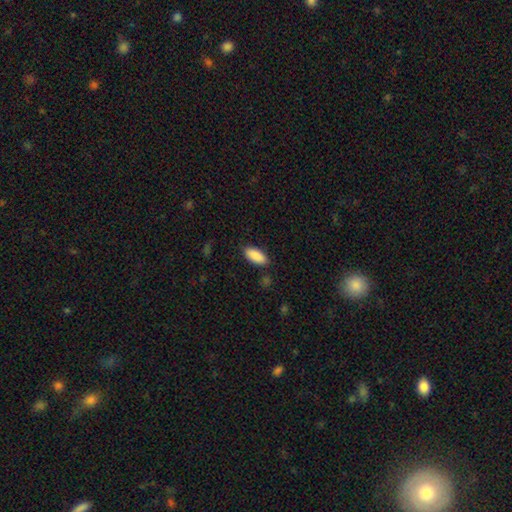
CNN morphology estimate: The model was most divided on "merging": none: 85%, minor disturbance: 11%, major disturbance: 3%, merger: 2%. More confident: smooth or featured — smooth (90%); how rounded — in between (88%).